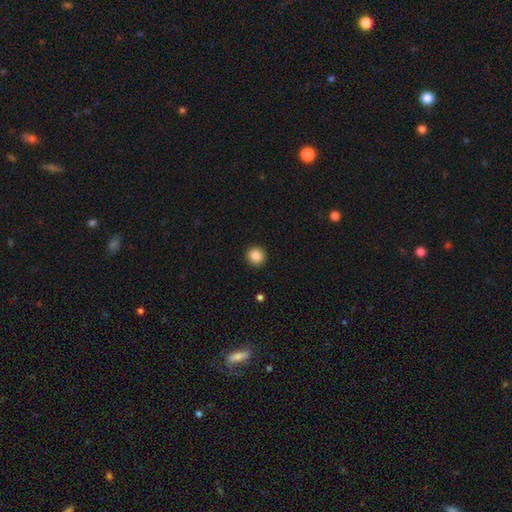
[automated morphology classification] smooth_or_featured: smooth (p=0.86) [alt: star or artifact p=0.10]
how_rounded: round (p=0.92) [alt: in between p=0.07]
merging: none (p=0.92) [alt: minor disturbance p=0.05]